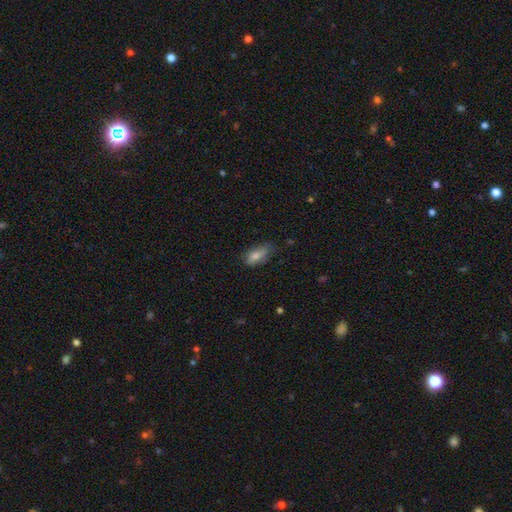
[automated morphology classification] Smooth or featured? Predicted: smooth (p=0.73). How rounded? Predicted: in between (p=0.80). Merging? Predicted: none (p=0.54).